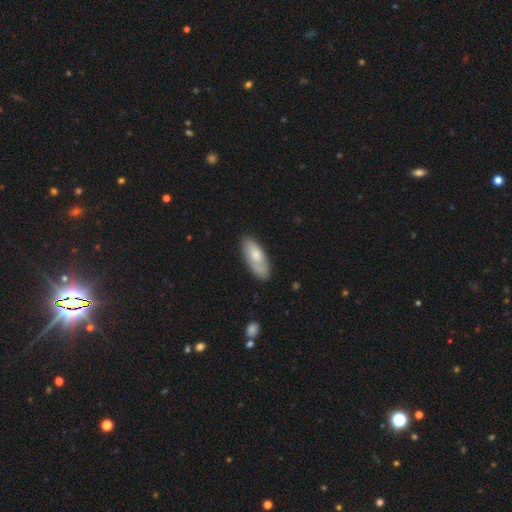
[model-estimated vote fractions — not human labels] Q: Smooth or featured?
A: smooth (69%); runner-up: featured or disk (26%)
Q: How rounded?
A: in between (78%); runner-up: cigar-shaped (20%)
Q: Merging?
A: none (73%); runner-up: minor disturbance (20%)